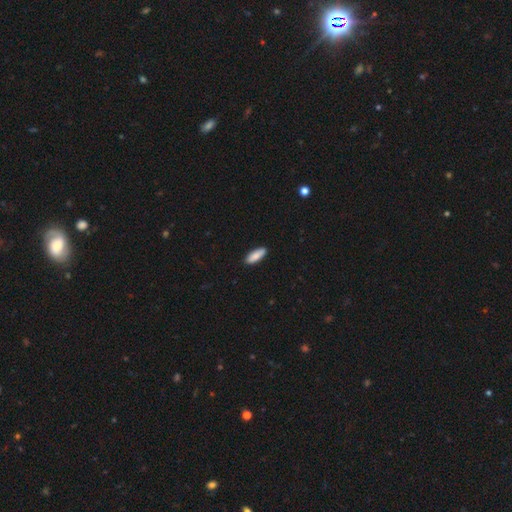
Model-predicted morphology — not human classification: smooth 85%, featured or disk 9%, star or artifact 6%. Down the decision tree: how rounded — in between (59%); merging — none (89%).